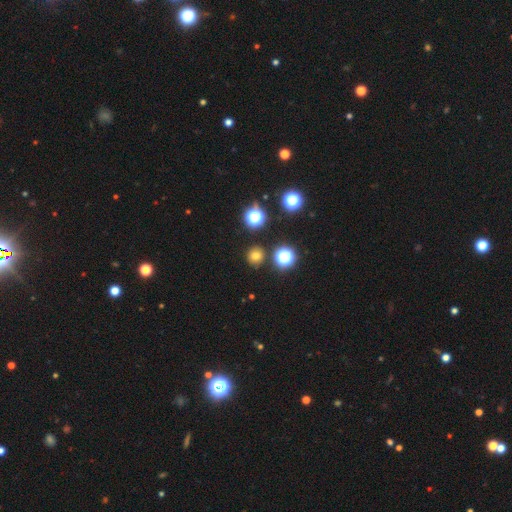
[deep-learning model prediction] Morphology: type=smooth (71%); roundness=round (89%); merging=none (87%).